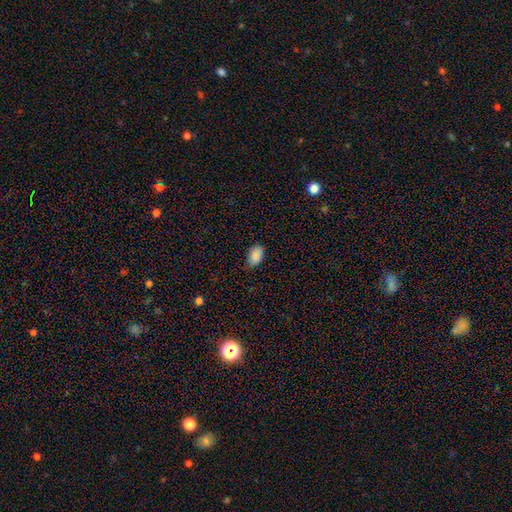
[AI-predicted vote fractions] Smooth or featured?
  - smooth: 88% *
  - star or artifact: 8%
  - featured or disk: 4%
How rounded?
  - in between: 89% *
  - round: 10%
  - cigar-shaped: 1%
Merging?
  - none: 71% *
  - minor disturbance: 24%
  - major disturbance: 4%
  - merger: 1%